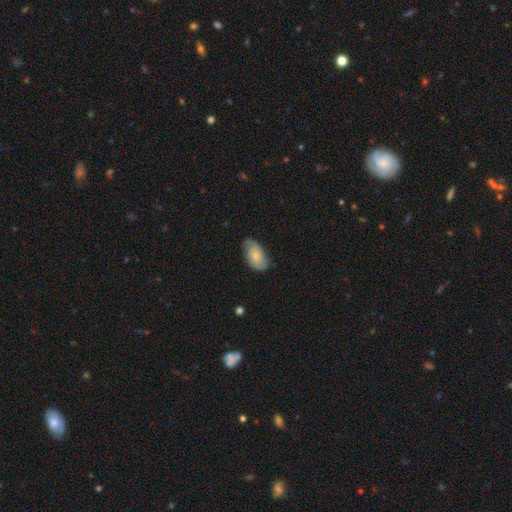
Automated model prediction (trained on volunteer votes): Q: Smooth or featured?
A: smooth (56%); runner-up: featured or disk (37%)
Q: How rounded?
A: in between (93%); runner-up: round (5%)
Q: Merging?
A: none (63%); runner-up: minor disturbance (28%)